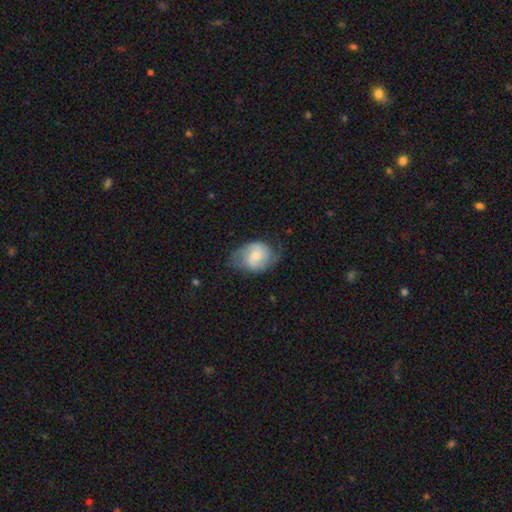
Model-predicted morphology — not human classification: Smooth or featured? Predicted: featured or disk (p=0.55). Edge-on disk? Predicted: no (p=0.97). Bar? Predicted: no (p=0.57). Spiral arms? Predicted: yes (p=0.85). Bulge size? Predicted: moderate (p=0.45). Merging? Predicted: none (p=0.57).